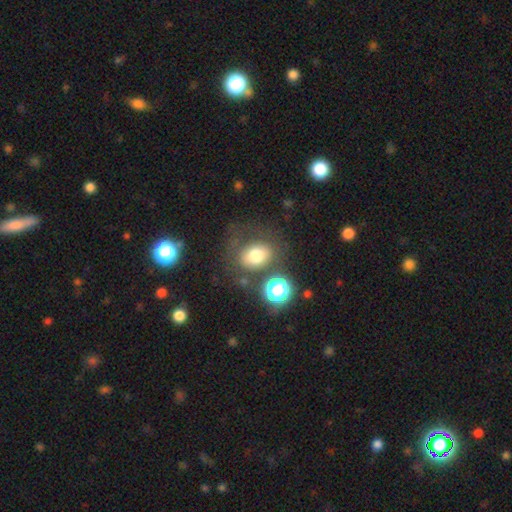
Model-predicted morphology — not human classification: A smooth galaxy with no disk features (72%) that is in between round and cigar-shaped (51%).

Vote fractions:
- Smooth or featured? smooth: 72% / featured or disk: 14% / star or artifact: 14%
- How rounded? in between: 51% / round: 48% / cigar-shaped: 1%
- Merging? none: 60% / minor disturbance: 17% / major disturbance: 14% / merger: 9%